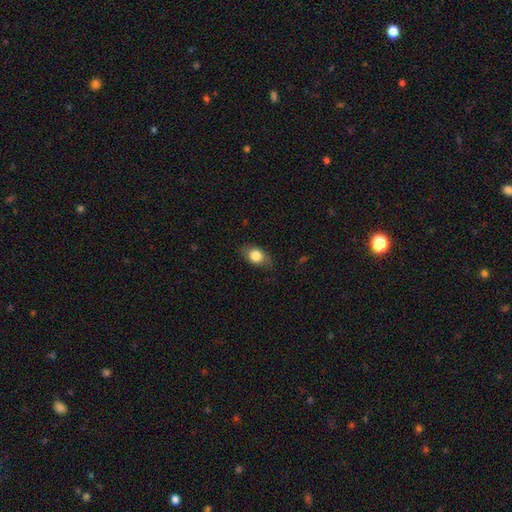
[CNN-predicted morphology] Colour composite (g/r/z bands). It shows a smooth galaxy with no disk features (80%) that is in between round and cigar-shaped (75%). Merging: none (75%).